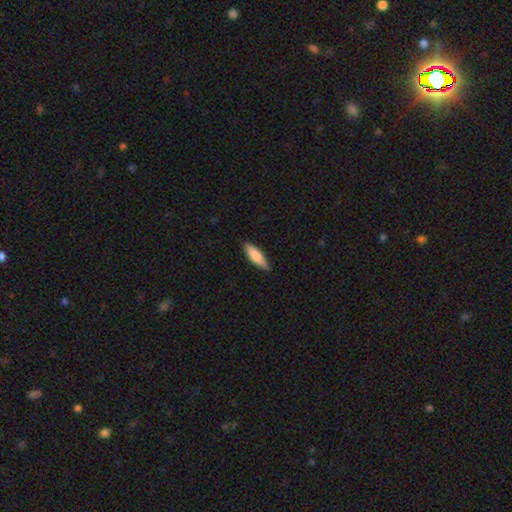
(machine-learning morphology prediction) Smooth or featured?
  - smooth: 78% *
  - featured or disk: 17%
  - star or artifact: 5%
How rounded?
  - cigar-shaped: 58% *
  - in between: 41%
  - round: 2%
Merging?
  - none: 86% *
  - minor disturbance: 11%
  - major disturbance: 2%
  - merger: 1%